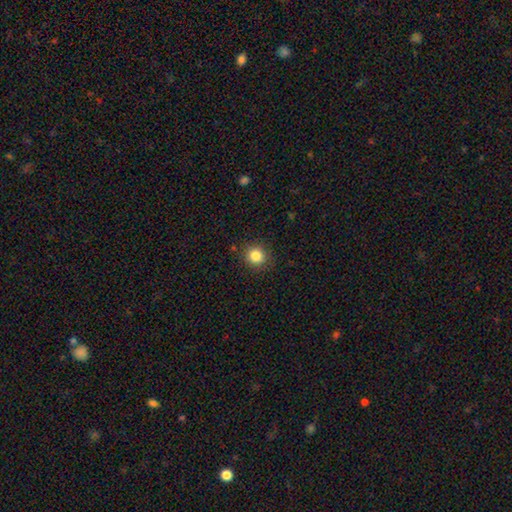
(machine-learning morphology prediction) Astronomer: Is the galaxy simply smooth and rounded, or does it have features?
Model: smooth — 85%.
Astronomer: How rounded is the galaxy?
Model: round — 86%.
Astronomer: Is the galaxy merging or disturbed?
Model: none — 88%.